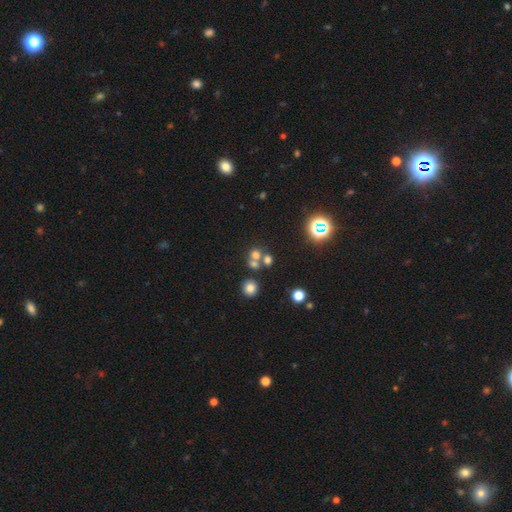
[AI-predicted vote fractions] This appears to be a smooth galaxy with no disk features (61%) that is round (82%). Merging: none (47%).